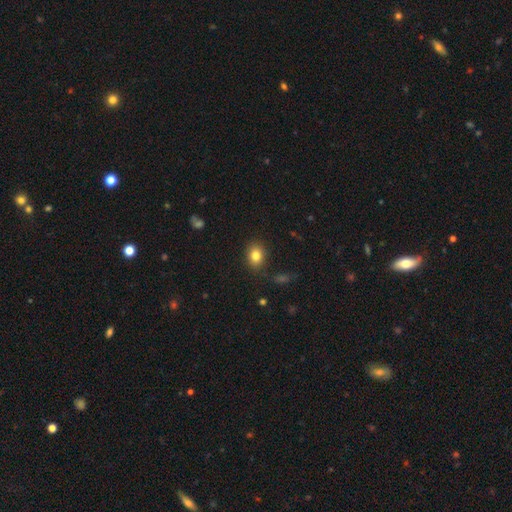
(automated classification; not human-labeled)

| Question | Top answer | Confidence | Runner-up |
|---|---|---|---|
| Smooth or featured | smooth | 82% | star or artifact (10%) |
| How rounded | in between | 57% | round (42%) |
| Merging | none | 84% | minor disturbance (11%) |